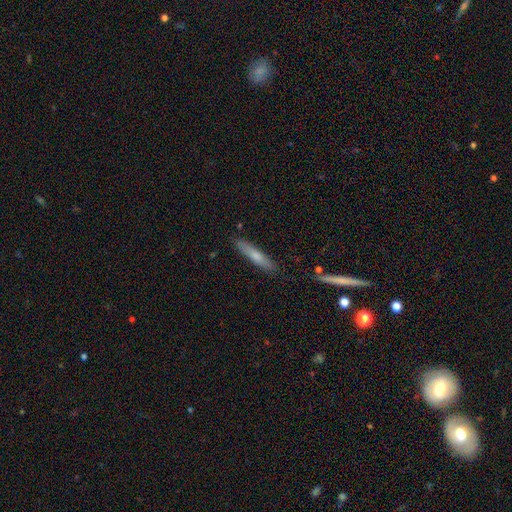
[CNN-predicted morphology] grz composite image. It shows a smooth galaxy with no disk features (66%) that is cigar-shaped (90%). Merging: none (86%).